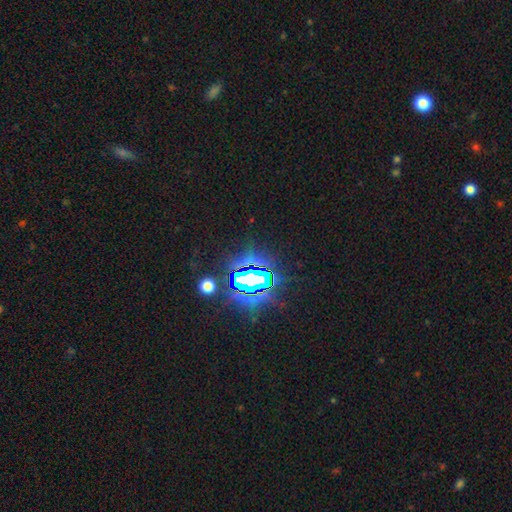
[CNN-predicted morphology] Smooth or featured? star or artifact (84%)